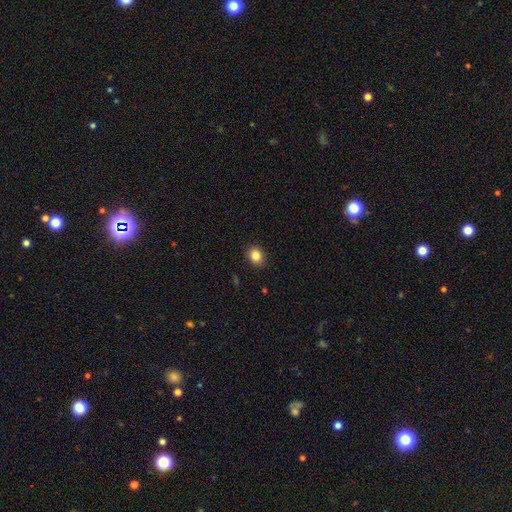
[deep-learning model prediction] The model was most divided on "how rounded": round: 55%, in between: 45%, cigar-shaped: 1%. More confident: merging — none (90%); smooth or featured — smooth (85%).